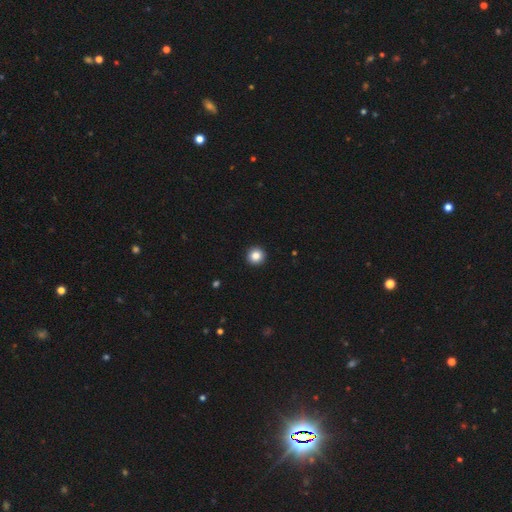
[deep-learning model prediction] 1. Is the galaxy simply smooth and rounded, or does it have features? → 85% smooth, 10% star or artifact, 5% featured or disk.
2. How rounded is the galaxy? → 95% round, 4% in between, 1% cigar-shaped.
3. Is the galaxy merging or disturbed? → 94% none, 4% minor disturbance, 1% major disturbance, 1% merger.